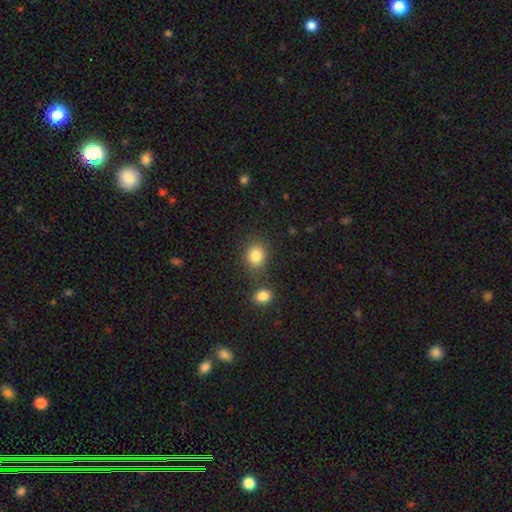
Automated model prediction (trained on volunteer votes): Smooth or featured?
  - smooth: 85% *
  - star or artifact: 10%
  - featured or disk: 6%
How rounded?
  - round: 59% *
  - in between: 40%
  - cigar-shaped: 1%
Merging?
  - none: 76% *
  - merger: 10%
  - minor disturbance: 10%
  - major disturbance: 3%